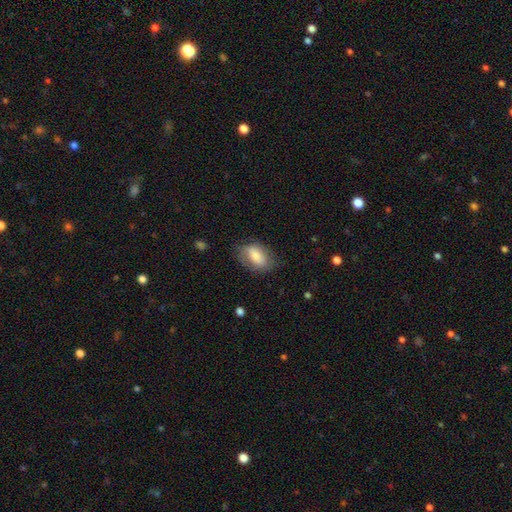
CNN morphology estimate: smooth_or_featured: smooth (p=0.64) [alt: featured or disk p=0.29]
how_rounded: in between (p=0.86) [alt: round p=0.12]
merging: none (p=0.69) [alt: minor disturbance p=0.21]